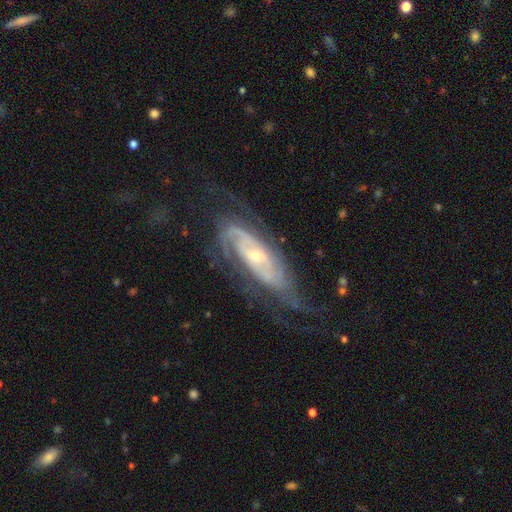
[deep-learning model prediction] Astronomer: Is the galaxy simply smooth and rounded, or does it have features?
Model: featured or disk — 87%.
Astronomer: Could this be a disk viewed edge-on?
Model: no — 89%.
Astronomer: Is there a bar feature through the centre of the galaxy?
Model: no — 60%.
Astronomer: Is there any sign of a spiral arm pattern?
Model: yes — 96%.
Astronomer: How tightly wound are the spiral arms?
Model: tight — 60%.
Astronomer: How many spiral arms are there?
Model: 2 — 35% (runner-up: can't tell, 31%).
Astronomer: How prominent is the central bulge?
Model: small — 63%.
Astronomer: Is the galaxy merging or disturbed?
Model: none — 65%.